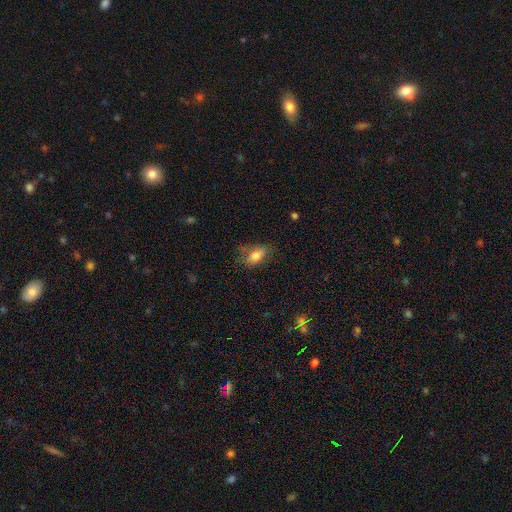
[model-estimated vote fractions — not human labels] Smooth or featured? smooth (78%)
How rounded? in between (87%)
Merging? none (64%)